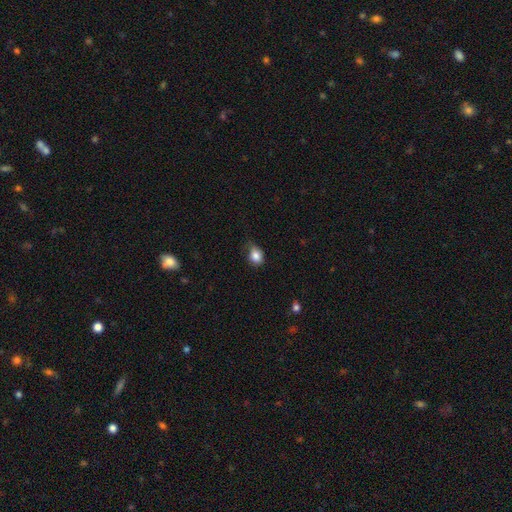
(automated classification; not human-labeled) Overall: smooth (84%). How rounded: round (50%; in between 49%). Merging: none (52%; minor disturbance 36%).